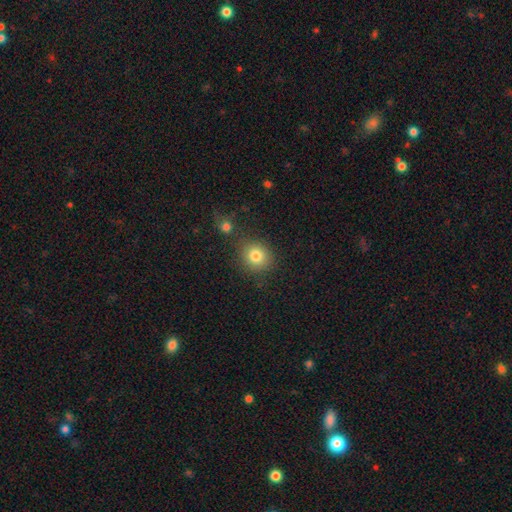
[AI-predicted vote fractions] Smooth or featured? smooth (81%)
How rounded? round (82%)
Merging? none (76%)